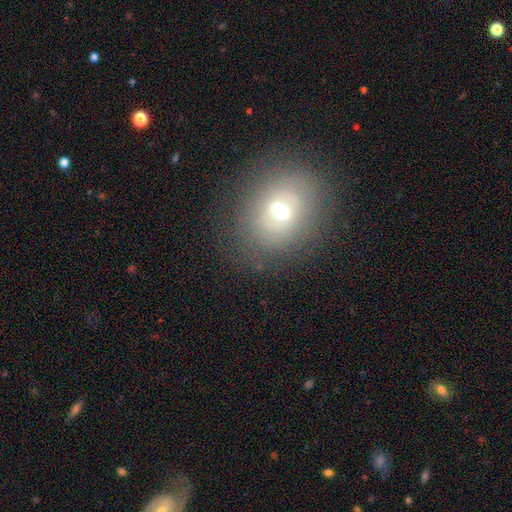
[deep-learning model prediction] Smooth or featured?
  - smooth: 53% *
  - featured or disk: 28%
  - star or artifact: 19%
How rounded?
  - round: 57% *
  - in between: 42%
  - cigar-shaped: 1%
Merging?
  - none: 81% *
  - minor disturbance: 12%
  - major disturbance: 5%
  - merger: 2%